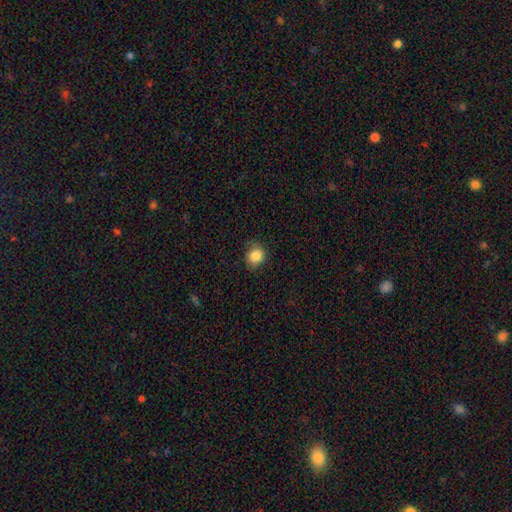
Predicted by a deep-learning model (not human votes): The model was most divided on "how rounded": round: 76%, in between: 23%, cigar-shaped: 1%. More confident: smooth or featured — smooth (86%); merging — none (77%).